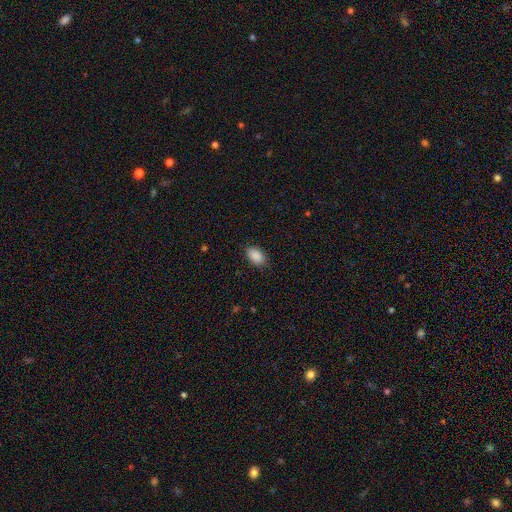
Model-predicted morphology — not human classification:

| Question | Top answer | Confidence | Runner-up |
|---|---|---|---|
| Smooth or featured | smooth | 90% | star or artifact (7%) |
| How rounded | in between | 92% | round (6%) |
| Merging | none | 86% | minor disturbance (10%) |